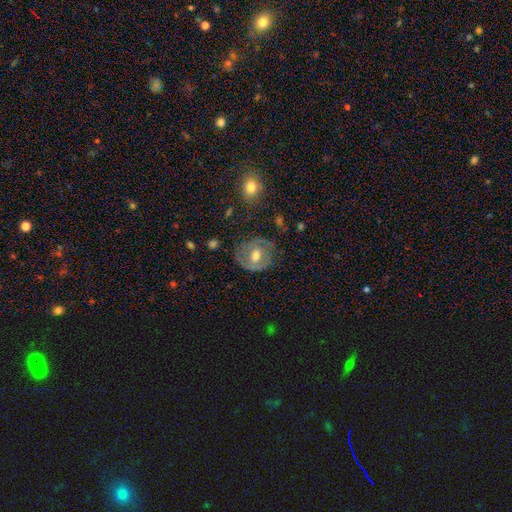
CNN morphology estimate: Smooth or featured: featured or disk — 50% (smooth — 43%)
Merging: none — 69% (minor disturbance — 20%)